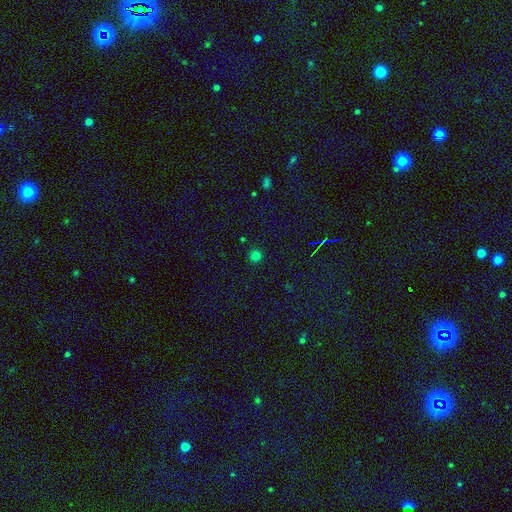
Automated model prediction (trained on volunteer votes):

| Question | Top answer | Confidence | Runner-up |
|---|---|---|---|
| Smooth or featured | smooth | 77% | star or artifact (19%) |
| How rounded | round | 95% | in between (4%) |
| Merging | none | 91% | minor disturbance (6%) |